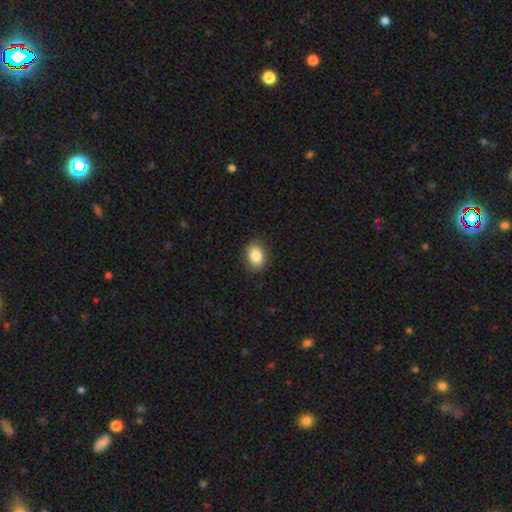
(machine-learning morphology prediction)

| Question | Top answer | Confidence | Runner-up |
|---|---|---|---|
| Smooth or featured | smooth | 85% | star or artifact (8%) |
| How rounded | in between | 67% | round (32%) |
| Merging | none | 85% | minor disturbance (11%) |